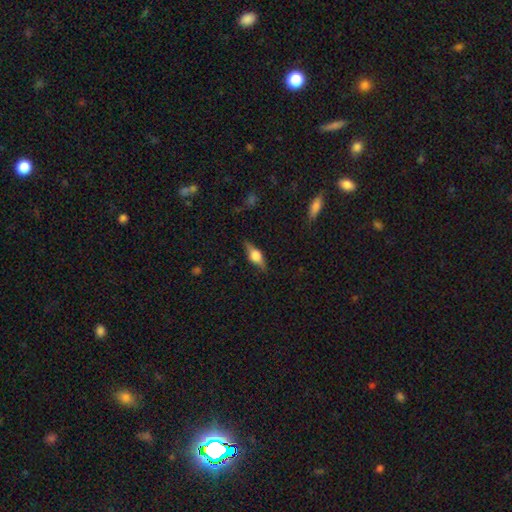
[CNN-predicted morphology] Overall: featured or disk (60%; smooth 32%). Edge-on disk: yes (95%). Edge-on bulge: rounded (91%). Merging: none (85%).